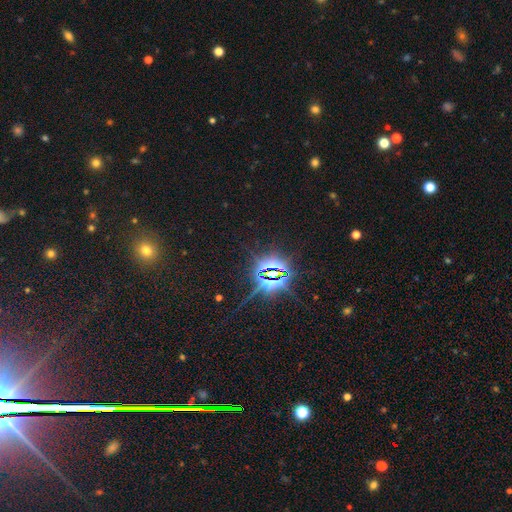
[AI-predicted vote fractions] This appears to be a star or artifact, not a galaxy (80%).